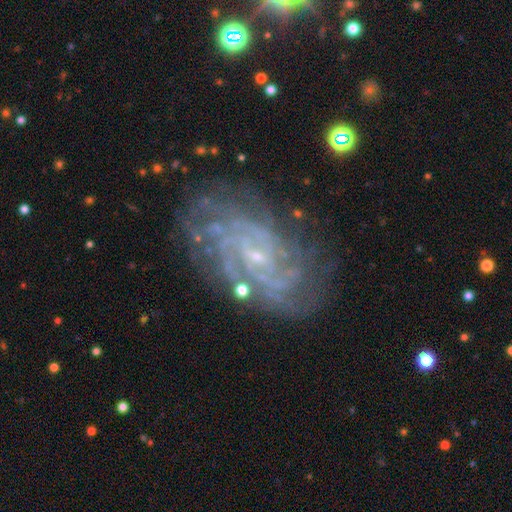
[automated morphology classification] Smooth or featured?
  - featured or disk: 86% *
  - star or artifact: 7%
  - smooth: 6%
Edge-on disk?
  - no: 96% *
  - yes: 4%
Bar?
  - no: 50% *
  - weak: 40%
  - strong: 10%
Spiral arms?
  - yes: 96% *
  - no: 4%
Spiral winding?
  - tight: 66% *
  - medium: 27%
  - loose: 7%
Spiral arm count?
  - can't tell: 35% *
  - 2: 17%
  - 4: 16%
  - 3: 13%
  - more than 4: 11%
  - 1: 8%
Bulge size?
  - small: 81% *
  - moderate: 11%
  - none: 6%
  - large: 1%
  - dominant: 1%
Merging?
  - none: 76% *
  - minor disturbance: 15%
  - major disturbance: 6%
  - merger: 2%